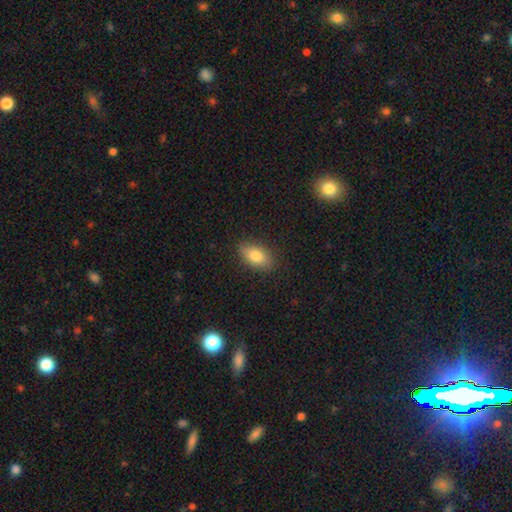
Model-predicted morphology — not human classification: Smooth or featured?
  - smooth: 80% *
  - featured or disk: 12%
  - star or artifact: 8%
How rounded?
  - in between: 88% *
  - round: 6%
  - cigar-shaped: 6%
Merging?
  - none: 87% *
  - minor disturbance: 10%
  - major disturbance: 2%
  - merger: 1%